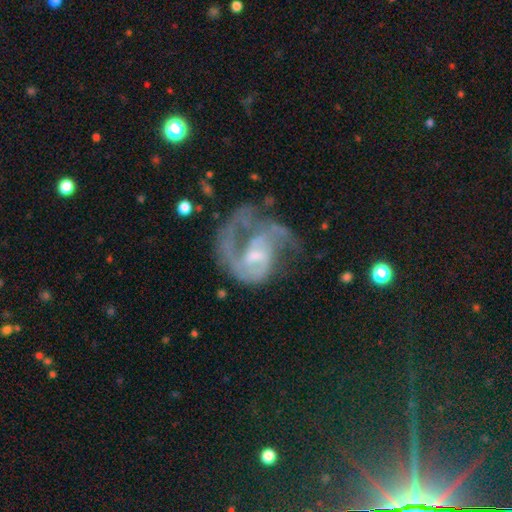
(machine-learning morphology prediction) A featured or disk galaxy (83%) with a weak bar (49%), 2 (41%) medium (44%) spiral arms (86%) and a small central bulge (43%). Merging: major disturbance (47%).